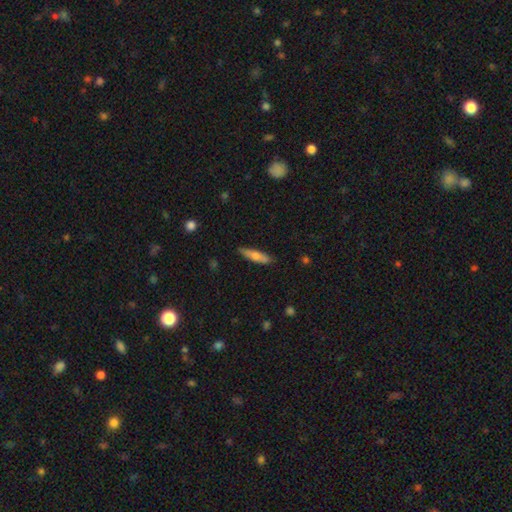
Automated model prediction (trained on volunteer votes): A smooth galaxy with no disk features (59%) that is cigar-shaped (79%).

Vote fractions:
- Smooth or featured? smooth: 59% / featured or disk: 35% / star or artifact: 6%
- How rounded? cigar-shaped: 79% / in between: 19% / round: 2%
- Merging? none: 87% / minor disturbance: 10% / major disturbance: 2% / merger: 1%